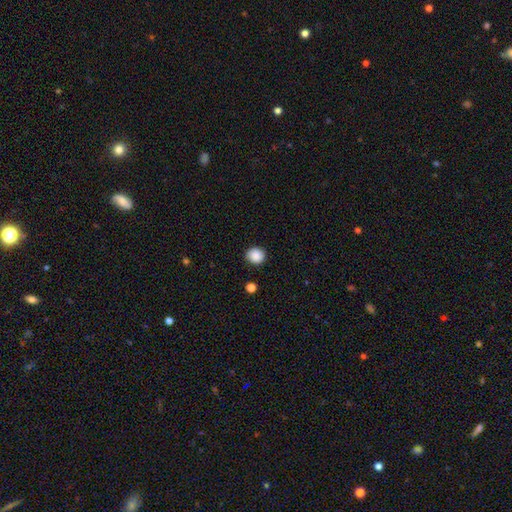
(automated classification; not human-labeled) Morphology: type=smooth (88%); roundness=round (88%); merging=none (89%).